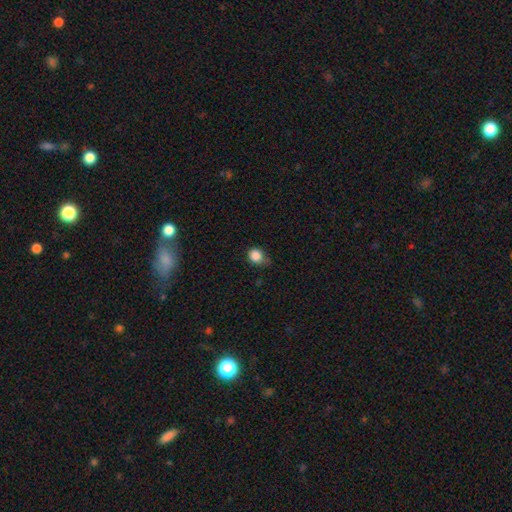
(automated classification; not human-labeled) Q: Smooth or featured?
A: smooth (85%); runner-up: star or artifact (10%)
Q: How rounded?
A: round (76%); runner-up: in between (23%)
Q: Merging?
A: none (53%); runner-up: minor disturbance (36%)